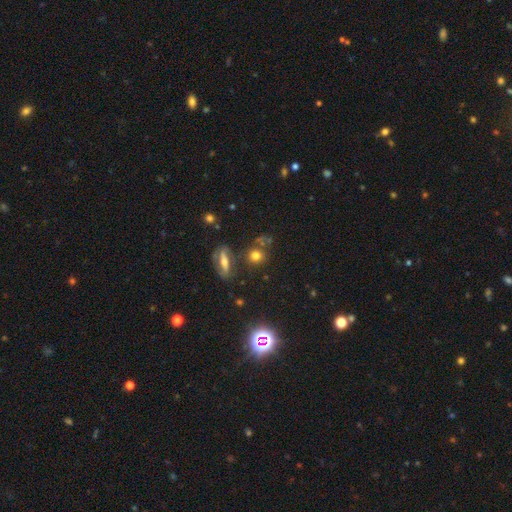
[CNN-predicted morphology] smooth 70%, star or artifact 18%, featured or disk 13%. Down the decision tree: how rounded — round (79%); merging — none (69%).